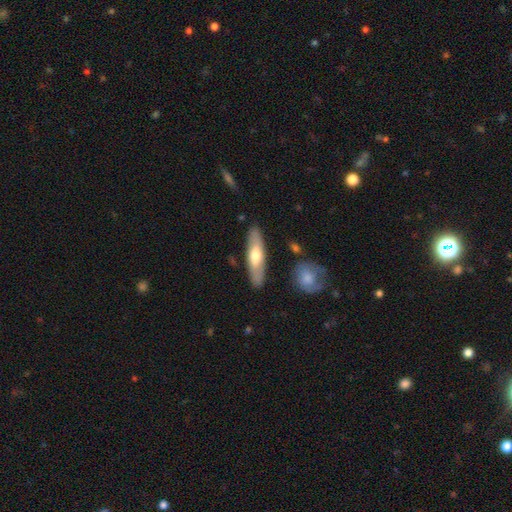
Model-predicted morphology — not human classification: This is possibly a smooth galaxy (56%). How rounded: likely cigar-shaped (67%). Merging: clearly none (86%).